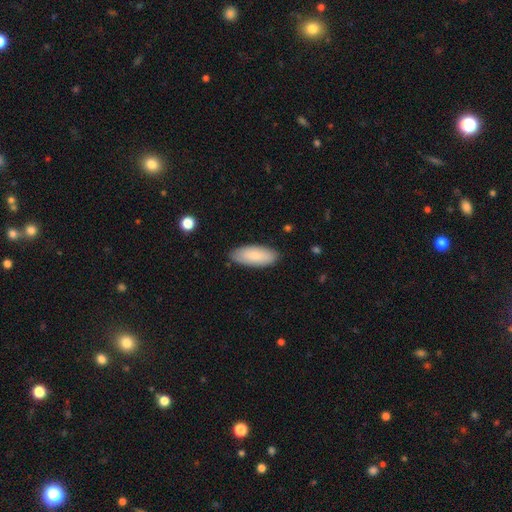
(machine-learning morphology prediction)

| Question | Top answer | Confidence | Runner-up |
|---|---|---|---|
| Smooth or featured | smooth | 82% | featured or disk (12%) |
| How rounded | in between | 83% | cigar-shaped (15%) |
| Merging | none | 85% | minor disturbance (12%) |